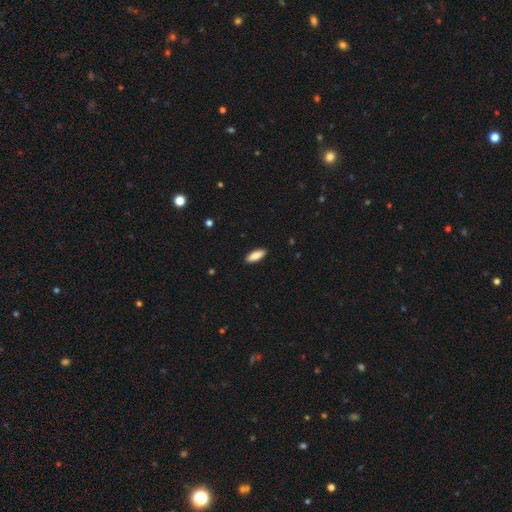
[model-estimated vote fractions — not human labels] Smooth or featured? Predicted: smooth (p=0.87). How rounded? Predicted: in between (p=0.69). Merging? Predicted: none (p=0.90).